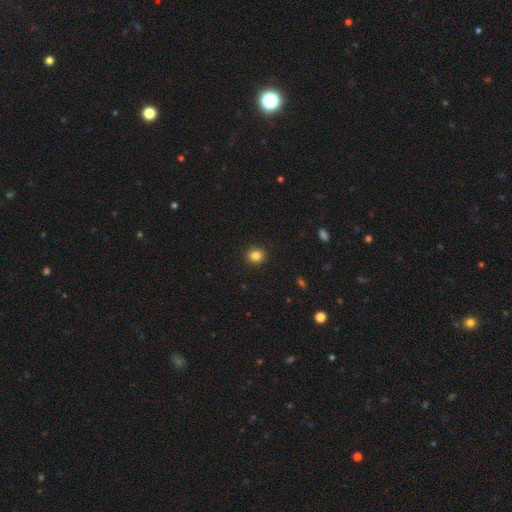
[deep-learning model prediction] Overall: smooth (84%). How rounded: round (86%). Merging: none (92%).